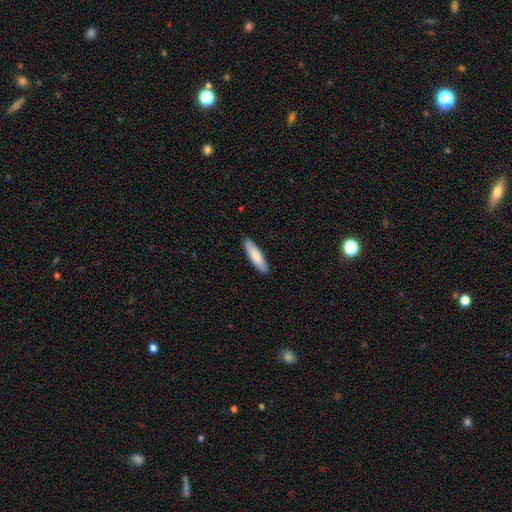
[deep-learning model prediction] Smooth or featured?
  - smooth: 79% *
  - featured or disk: 16%
  - star or artifact: 5%
How rounded?
  - cigar-shaped: 68% *
  - in between: 31%
  - round: 1%
Merging?
  - none: 90% *
  - minor disturbance: 8%
  - major disturbance: 1%
  - merger: 1%